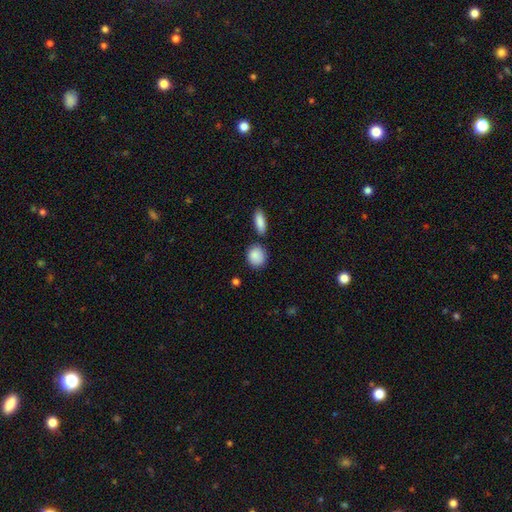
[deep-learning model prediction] Smooth or featured?
  - smooth: 89% *
  - star or artifact: 6%
  - featured or disk: 5%
How rounded?
  - round: 66% *
  - in between: 31%
  - cigar-shaped: 2%
Merging?
  - none: 74% *
  - minor disturbance: 13%
  - merger: 9%
  - major disturbance: 3%